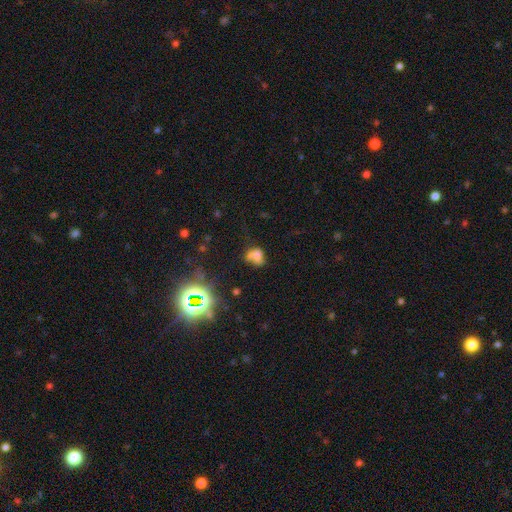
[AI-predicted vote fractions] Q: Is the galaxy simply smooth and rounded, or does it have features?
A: smooth — 59%.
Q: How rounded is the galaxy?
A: in between — 61%.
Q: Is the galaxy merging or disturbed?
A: merger — 37%.